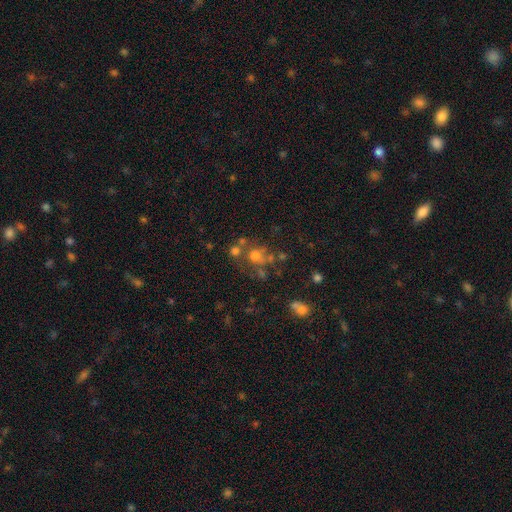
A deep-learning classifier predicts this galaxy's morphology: Smooth or featured?
  - smooth: 59% *
  - star or artifact: 21%
  - featured or disk: 19%
How rounded?
  - round: 80% *
  - in between: 19%
  - cigar-shaped: 1%
Merging?
  - none: 52% *
  - merger: 28%
  - minor disturbance: 12%
  - major disturbance: 8%